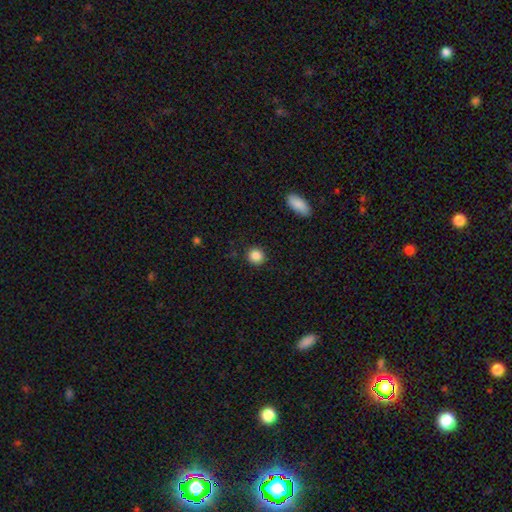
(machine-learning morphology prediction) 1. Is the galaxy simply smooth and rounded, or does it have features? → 87% smooth, 10% star or artifact, 3% featured or disk.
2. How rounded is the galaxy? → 91% round, 8% in between, 1% cigar-shaped.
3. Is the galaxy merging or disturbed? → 90% none, 6% minor disturbance, 2% major disturbance, 1% merger.